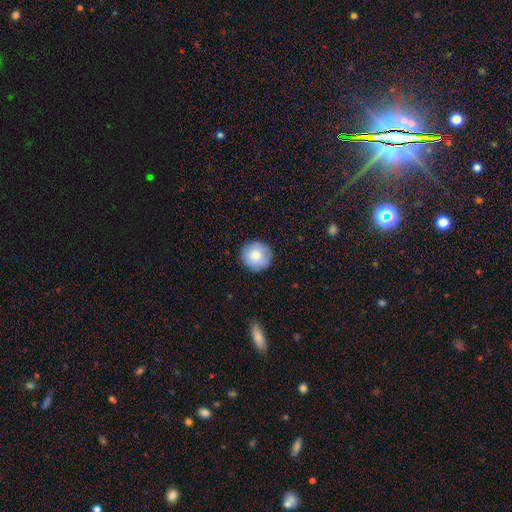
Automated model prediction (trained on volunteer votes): Smooth or featured? smooth (82%)
How rounded? round (96%)
Merging? none (90%)